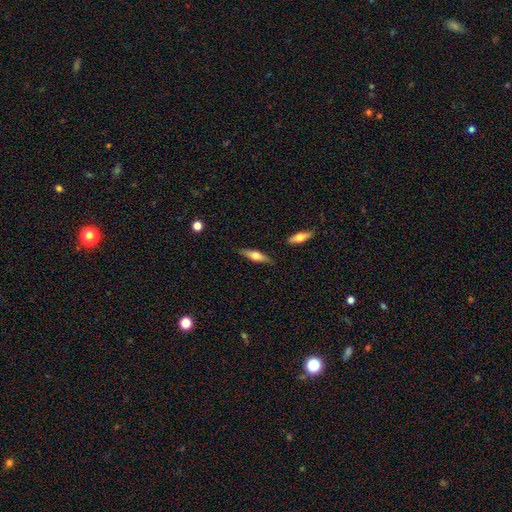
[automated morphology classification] This appears to be a featured or disk galaxy (51%) viewed edge-on (92%). Merging: none (83%).